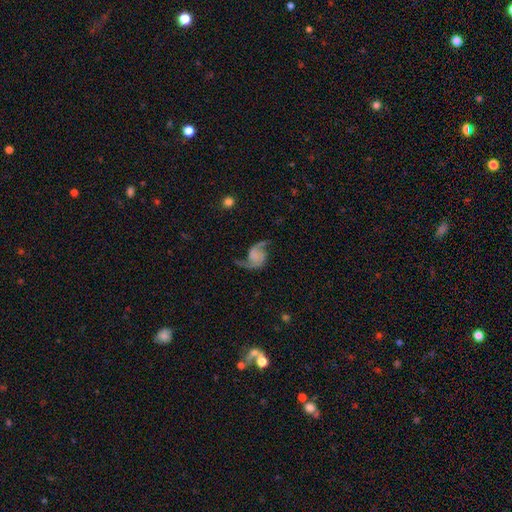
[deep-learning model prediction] Smooth or featured: featured or disk — 85% (smooth — 8%)
Edge-on disk: no — 98% (yes — 2%)
Bar: no — 69% (weak — 23%)
Spiral arms: yes — 96% (no — 4%)
Spiral winding: loose — 73% (medium — 22%)
Spiral arm count: 2 — 93% (1 — 3%)
Bulge size: none — 68% (small — 13%)
Merging: none — 67% (minor disturbance — 17%)